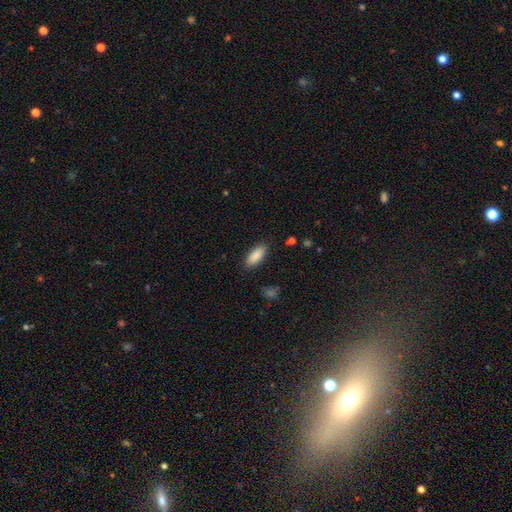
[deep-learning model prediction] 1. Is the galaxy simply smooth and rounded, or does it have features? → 89% smooth, 7% star or artifact, 5% featured or disk.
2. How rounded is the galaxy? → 79% in between, 20% cigar-shaped, 2% round.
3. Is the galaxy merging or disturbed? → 87% none, 9% minor disturbance, 3% major disturbance, 1% merger.